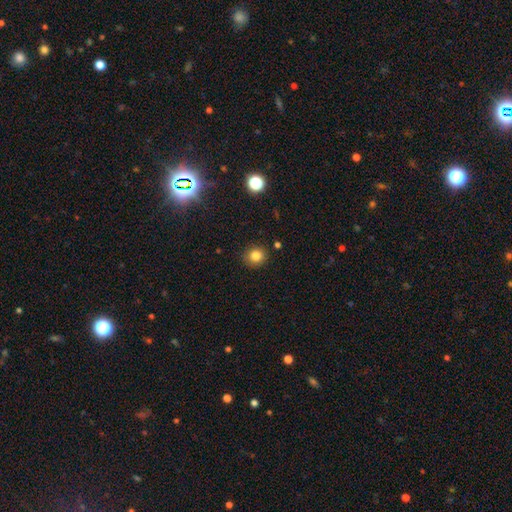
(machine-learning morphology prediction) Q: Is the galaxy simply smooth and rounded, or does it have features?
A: smooth — 82%.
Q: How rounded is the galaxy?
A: round — 88%.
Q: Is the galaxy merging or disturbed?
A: none — 89%.